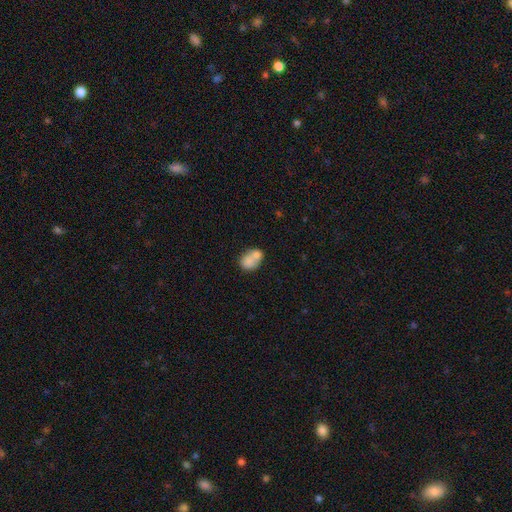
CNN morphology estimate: This is likely a smooth galaxy (75%). How rounded: likely in between (64%). Merging: possibly merger (56%).